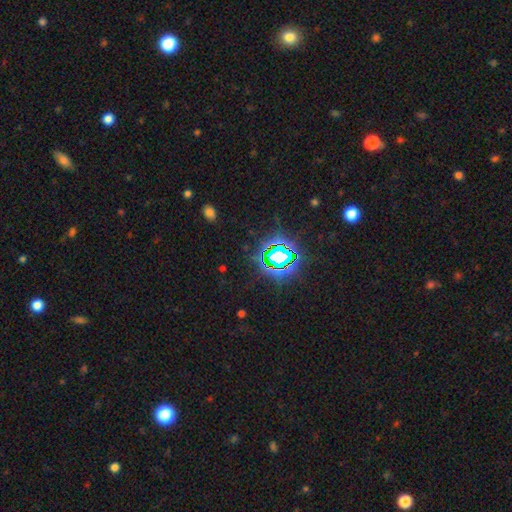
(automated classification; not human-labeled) A star or artifact, not a galaxy (83%).